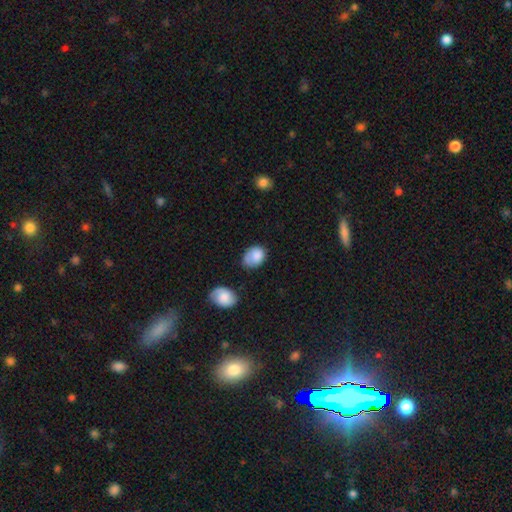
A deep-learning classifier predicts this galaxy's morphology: type=smooth (83%); roundness=in between (64%); merging=none (49%).